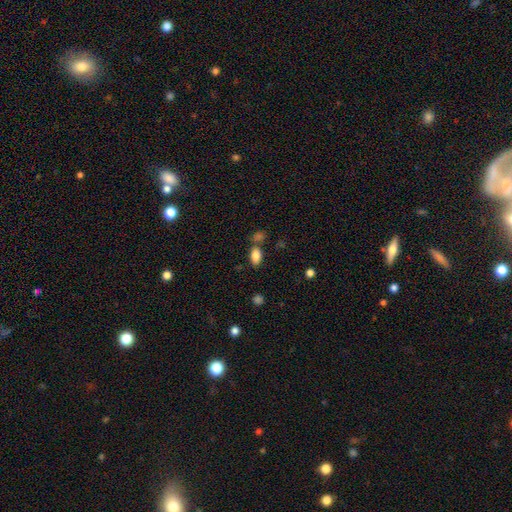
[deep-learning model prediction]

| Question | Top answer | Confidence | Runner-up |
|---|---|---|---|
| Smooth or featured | smooth | 83% | star or artifact (9%) |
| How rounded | in between | 91% | round (7%) |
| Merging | none | 68% | merger (16%) |